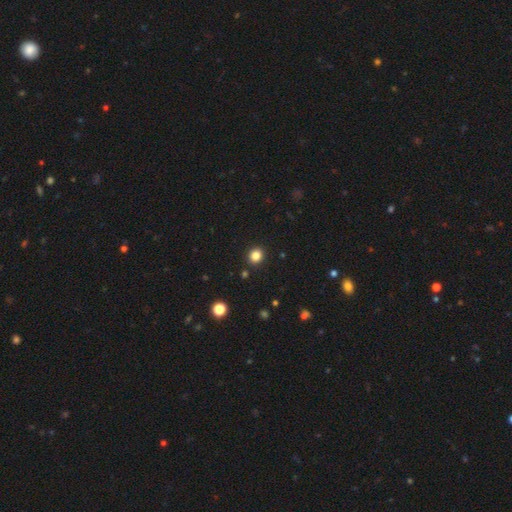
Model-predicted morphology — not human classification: Smooth or featured?
  - smooth: 83% *
  - star or artifact: 12%
  - featured or disk: 4%
How rounded?
  - round: 80% *
  - in between: 19%
  - cigar-shaped: 1%
Merging?
  - none: 91% *
  - minor disturbance: 6%
  - major disturbance: 2%
  - merger: 2%